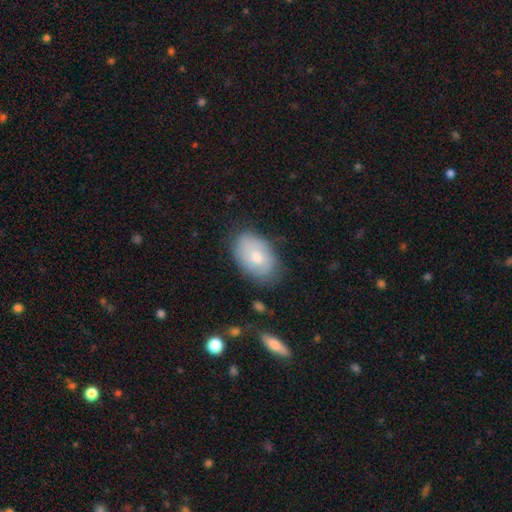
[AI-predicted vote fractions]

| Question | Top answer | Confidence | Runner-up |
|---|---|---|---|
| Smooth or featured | smooth | 64% | featured or disk (29%) |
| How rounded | in between | 89% | round (10%) |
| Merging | none | 73% | minor disturbance (20%) |